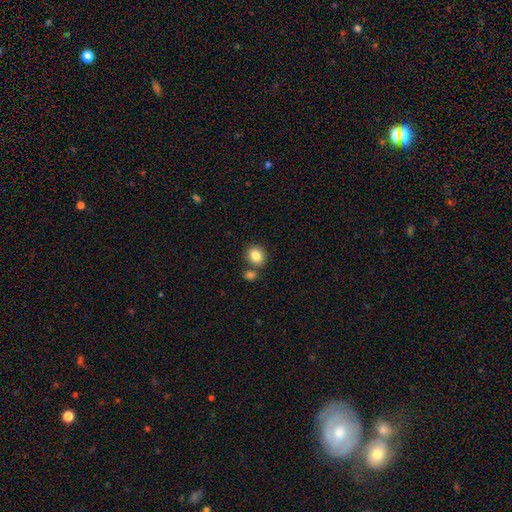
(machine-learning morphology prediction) A smooth galaxy with no disk features (85%) that is round (62%). Merging: none (69%).